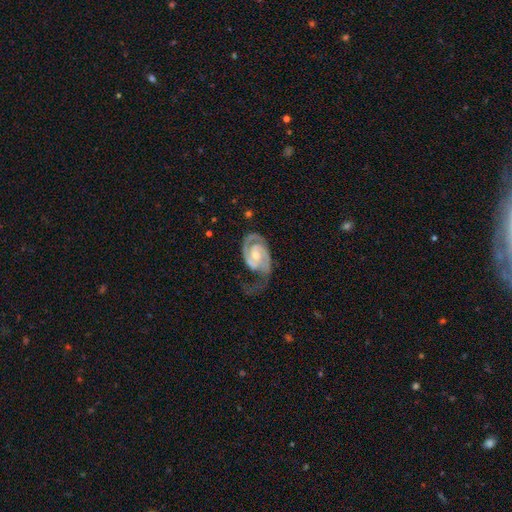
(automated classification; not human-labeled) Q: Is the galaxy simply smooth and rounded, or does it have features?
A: featured or disk — 90%.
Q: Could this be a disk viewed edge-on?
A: no — 97%.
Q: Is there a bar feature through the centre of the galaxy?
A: no — 53%.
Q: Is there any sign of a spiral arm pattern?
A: yes — 97%.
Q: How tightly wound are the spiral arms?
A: tight — 52%.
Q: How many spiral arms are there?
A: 2 — 78%.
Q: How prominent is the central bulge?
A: moderate — 58%.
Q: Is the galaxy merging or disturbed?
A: none — 39%.